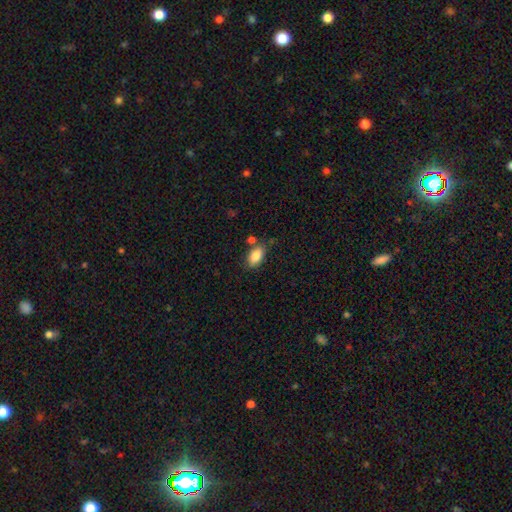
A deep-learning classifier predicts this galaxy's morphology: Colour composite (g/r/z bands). It shows a smooth galaxy with no disk features (86%) that is in between round and cigar-shaped (91%). Merging: none (73%).